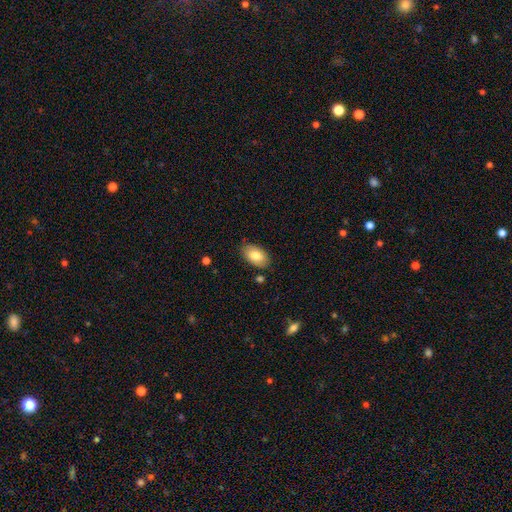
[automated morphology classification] This is clearly a smooth galaxy (80%). How rounded: clearly in between (93%). Merging: clearly none (81%).